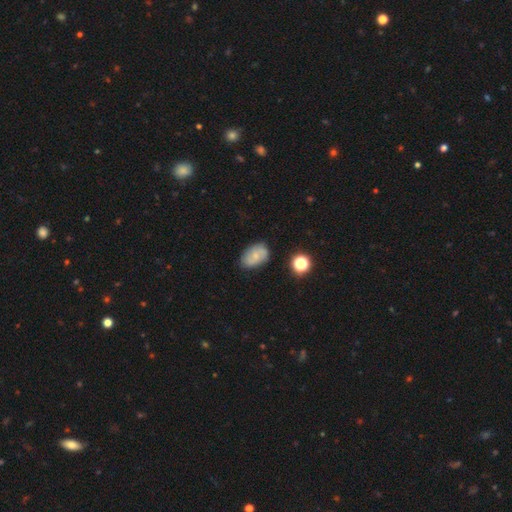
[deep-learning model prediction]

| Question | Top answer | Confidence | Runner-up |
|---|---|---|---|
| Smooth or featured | smooth | 53% | featured or disk (37%) |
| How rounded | in between | 84% | round (15%) |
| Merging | none | 73% | minor disturbance (19%) |